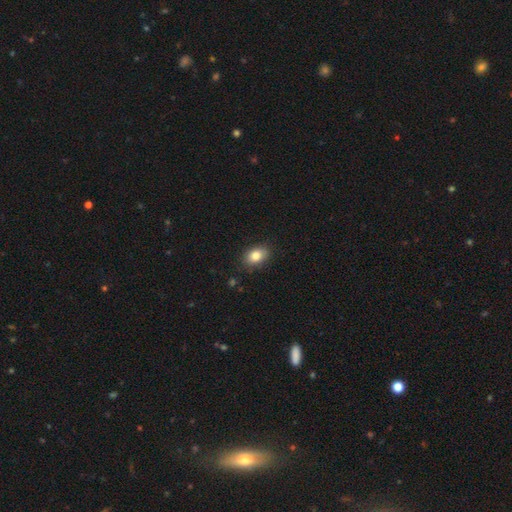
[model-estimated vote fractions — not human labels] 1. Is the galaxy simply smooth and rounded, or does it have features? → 83% smooth, 9% star or artifact, 8% featured or disk.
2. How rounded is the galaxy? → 80% in between, 19% round, 1% cigar-shaped.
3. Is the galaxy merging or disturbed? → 85% none, 11% minor disturbance, 2% major disturbance, 1% merger.